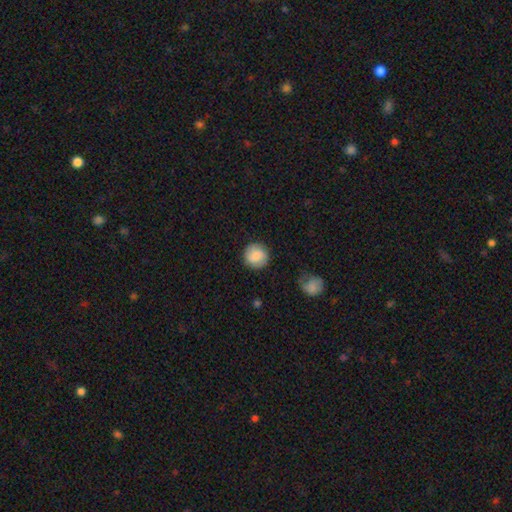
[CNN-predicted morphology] A smooth galaxy with no disk features (84%) that is round (92%).

Vote fractions:
- Smooth or featured? smooth: 84% / featured or disk: 9% / star or artifact: 7%
- How rounded? round: 92% / in between: 7% / cigar-shaped: 1%
- Merging? none: 85% / minor disturbance: 10% / major disturbance: 3% / merger: 1%